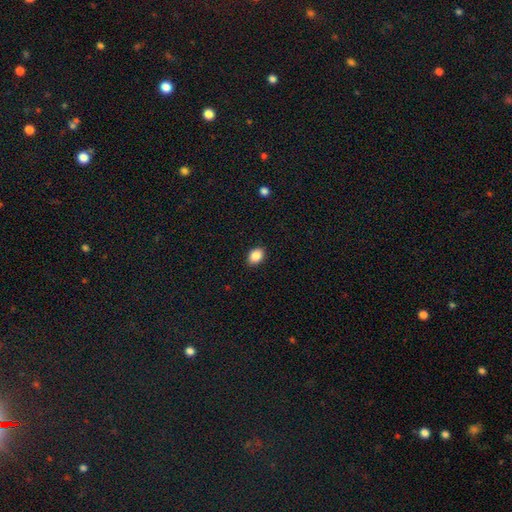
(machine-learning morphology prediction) This is clearly a smooth galaxy (88%). How rounded: likely in between (71%). Merging: clearly none (89%).